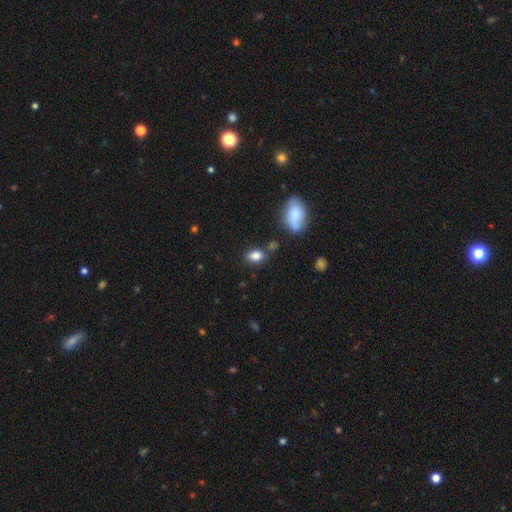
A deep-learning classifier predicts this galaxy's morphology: This is clearly a smooth galaxy (83%). How rounded: clearly in between (83%). Merging: likely none (76%).